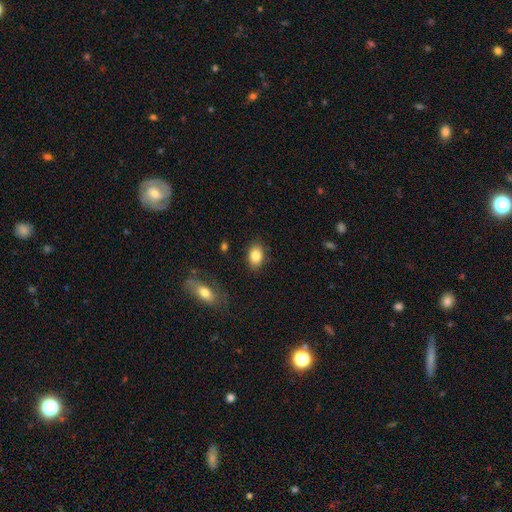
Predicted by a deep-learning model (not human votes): A smooth galaxy with no disk features (85%) that is in between round and cigar-shaped (80%). Merging: none (85%).